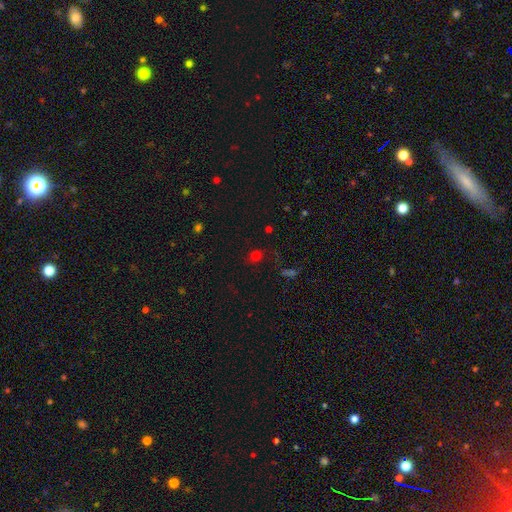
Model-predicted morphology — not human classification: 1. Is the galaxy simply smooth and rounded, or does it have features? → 58% smooth, 33% star or artifact, 9% featured or disk.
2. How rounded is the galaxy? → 67% round, 32% in between, 2% cigar-shaped.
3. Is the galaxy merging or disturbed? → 64% none, 17% minor disturbance, 13% major disturbance, 7% merger.